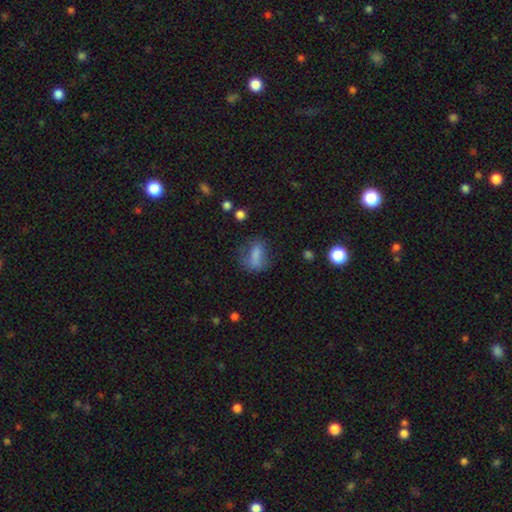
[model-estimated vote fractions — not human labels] smooth 71%, featured or disk 17%, star or artifact 12%. Down the decision tree: how rounded — in between (72%); merging — none (44%).